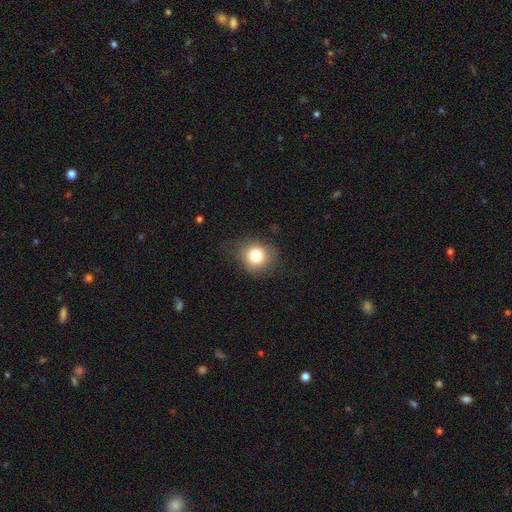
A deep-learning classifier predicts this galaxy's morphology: Overall: smooth (79%). How rounded: round (82%). Merging: none (73%).